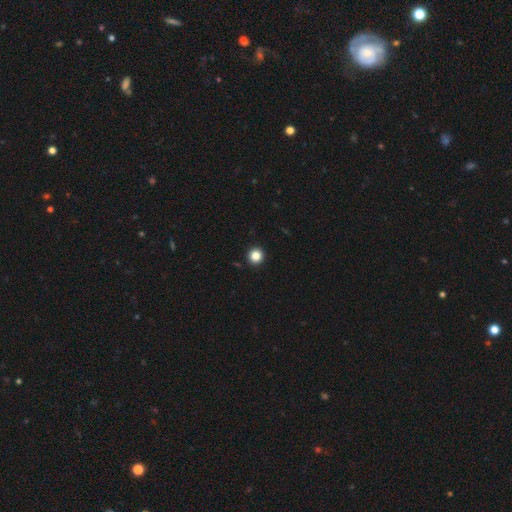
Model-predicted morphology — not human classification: This appears to be a smooth galaxy with no disk features (84%) that is round (96%). Merging: none (94%).